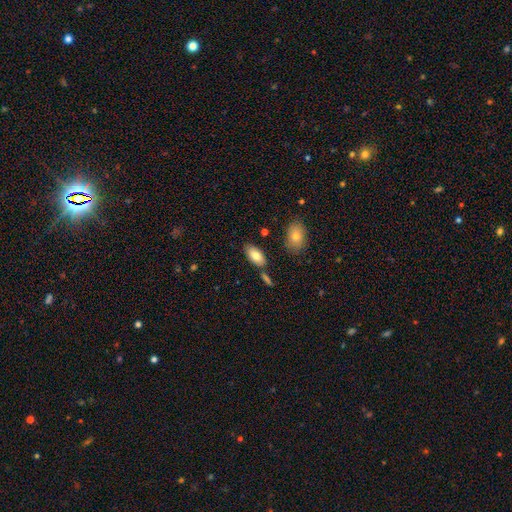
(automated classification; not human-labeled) smooth 81%, featured or disk 12%, star or artifact 7%. Down the decision tree: how rounded — in between (93%); merging — none (77%).